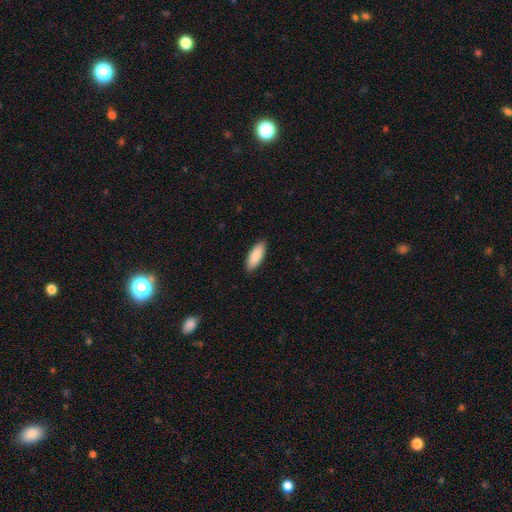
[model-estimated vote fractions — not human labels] smooth_or_featured: smooth (p=0.89) [alt: featured or disk p=0.06]
how_rounded: in between (p=0.77) [alt: cigar-shaped p=0.21]
merging: none (p=0.89) [alt: minor disturbance p=0.08]